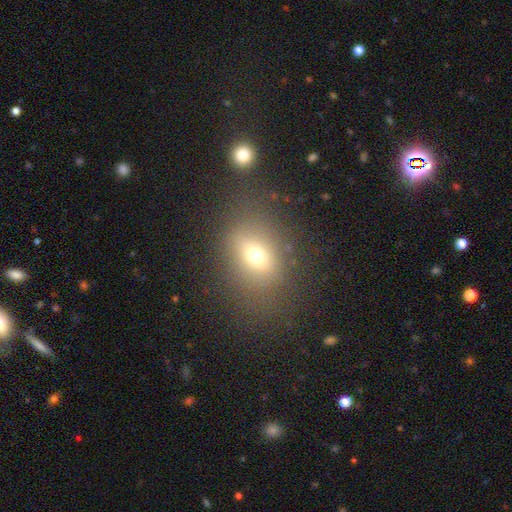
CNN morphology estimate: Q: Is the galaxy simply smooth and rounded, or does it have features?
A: smooth — 65%.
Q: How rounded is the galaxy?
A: in between — 63%.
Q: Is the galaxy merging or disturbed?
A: none — 71%.